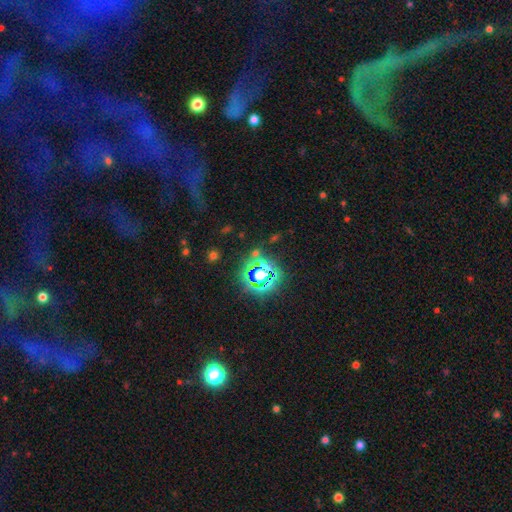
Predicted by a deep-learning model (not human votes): A star or artifact, not a galaxy (73%).

Vote fractions:
- Smooth or featured? star or artifact: 73% / smooth: 18% / featured or disk: 9%